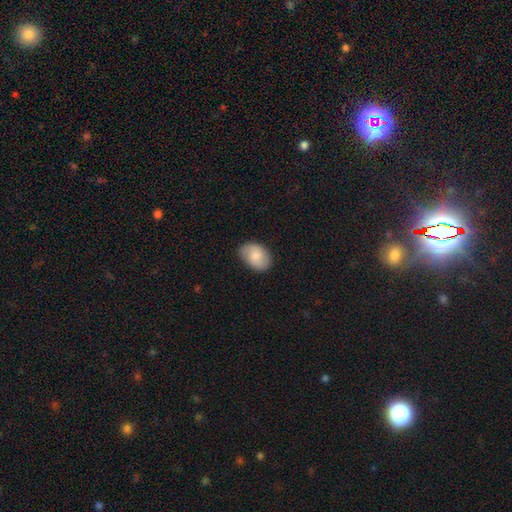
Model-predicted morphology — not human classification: type=smooth (65%); roundness=in between (82%); merging=none (80%).